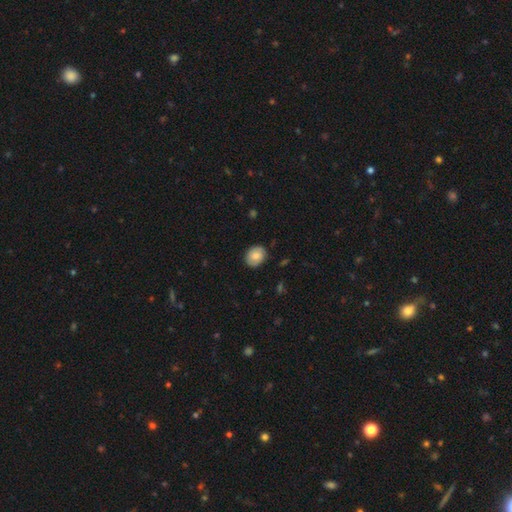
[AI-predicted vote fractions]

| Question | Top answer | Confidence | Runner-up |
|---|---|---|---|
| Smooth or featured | smooth | 79% | featured or disk (13%) |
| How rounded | in between | 52% | round (47%) |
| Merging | none | 85% | minor disturbance (12%) |